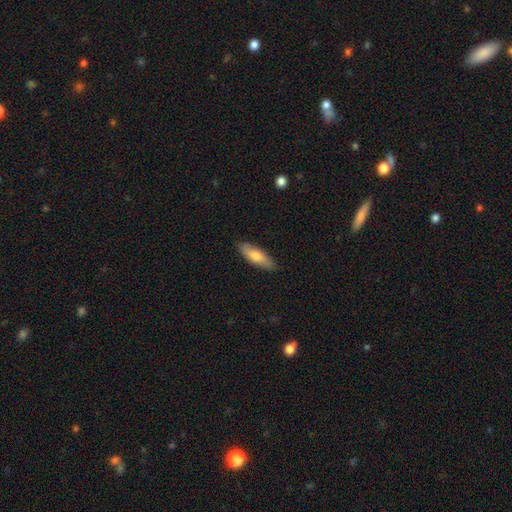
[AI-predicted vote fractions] smooth-or-featured: smooth: 73% | featured or disk: 22% | star or artifact: 6%
  how-rounded: in between: 54% | cigar-shaped: 44% | round: 2%
  merging: none: 87% | minor disturbance: 10% | major disturbance: 2% | merger: 1%